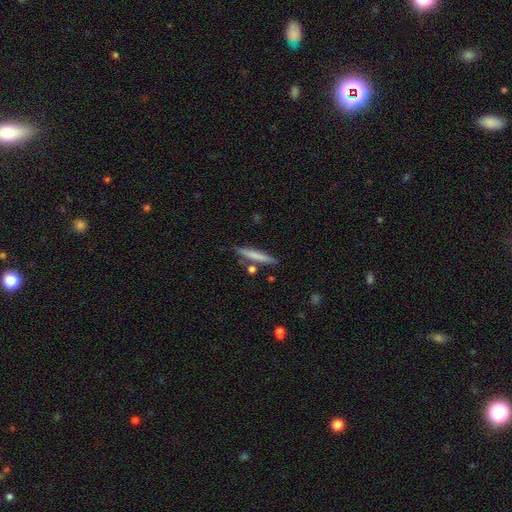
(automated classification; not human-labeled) Morphology: type=smooth (69%); roundness=cigar-shaped (93%); merging=none (80%).